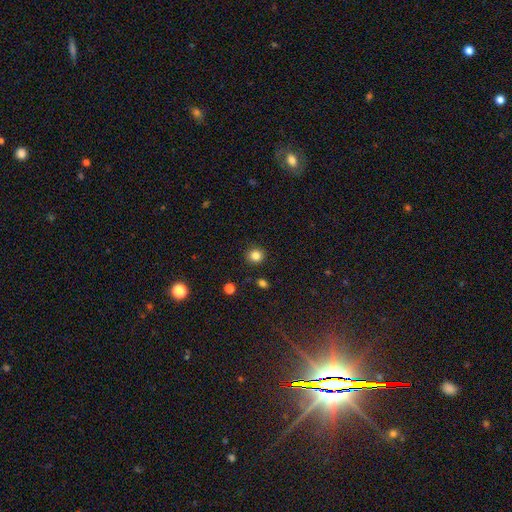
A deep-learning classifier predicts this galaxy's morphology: Smooth or featured?
  - smooth: 84% *
  - star or artifact: 12%
  - featured or disk: 5%
How rounded?
  - round: 88% *
  - in between: 11%
  - cigar-shaped: 1%
Merging?
  - none: 90% *
  - minor disturbance: 7%
  - major disturbance: 2%
  - merger: 2%